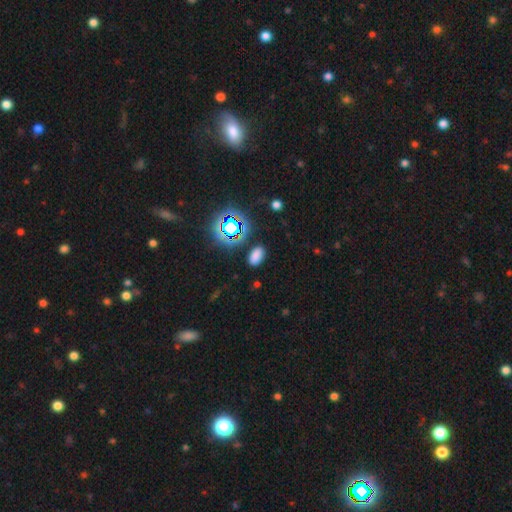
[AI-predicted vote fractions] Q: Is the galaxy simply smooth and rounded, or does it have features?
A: smooth — 72%.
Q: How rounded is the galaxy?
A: in between — 90%.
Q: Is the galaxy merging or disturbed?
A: none — 84%.